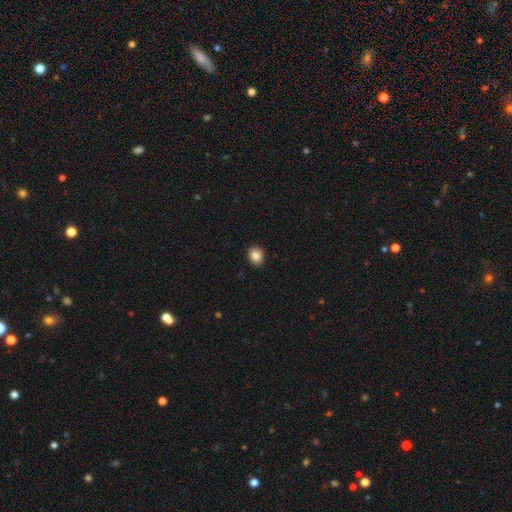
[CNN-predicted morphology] Smooth or featured: smooth — 85% (star or artifact — 10%)
How rounded: round — 62% (in between — 37%)
Merging: none — 92% (minor disturbance — 6%)